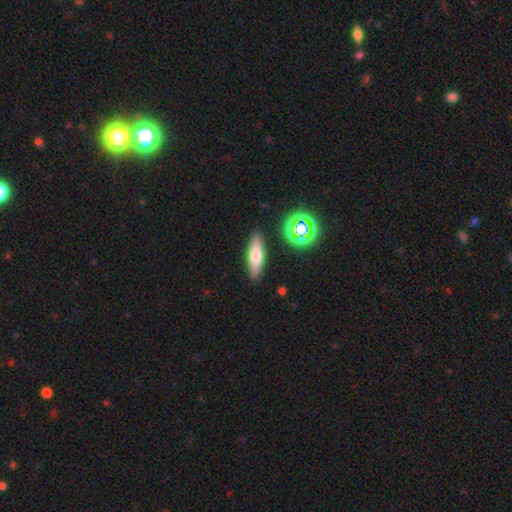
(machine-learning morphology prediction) smooth 58%, featured or disk 32%, star or artifact 10%. Down the decision tree: how rounded — cigar-shaped (60%); merging — none (88%).